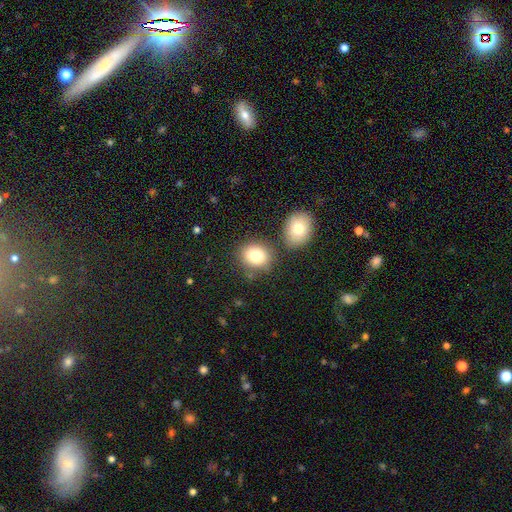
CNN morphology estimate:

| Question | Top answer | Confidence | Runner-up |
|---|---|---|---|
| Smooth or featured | smooth | 80% | featured or disk (10%) |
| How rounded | round | 65% | in between (34%) |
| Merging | none | 69% | merger (17%) |